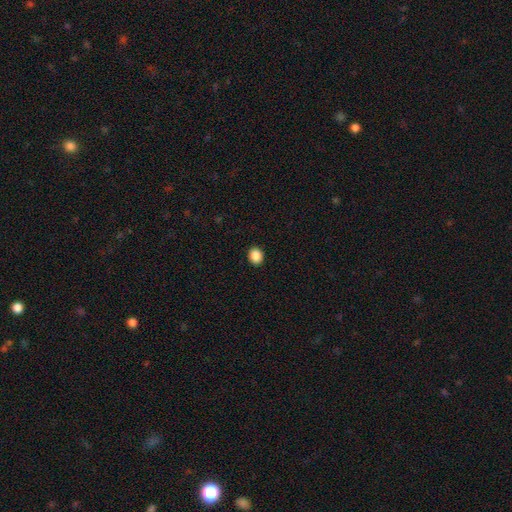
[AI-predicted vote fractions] Q: Smooth or featured?
A: smooth (88%); runner-up: star or artifact (9%)
Q: How rounded?
A: round (62%); runner-up: in between (37%)
Q: Merging?
A: none (92%); runner-up: minor disturbance (6%)